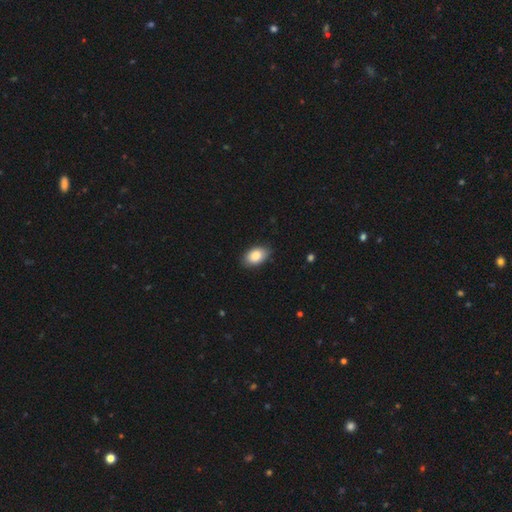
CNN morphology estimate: Q: Smooth or featured?
A: smooth (86%); runner-up: featured or disk (7%)
Q: How rounded?
A: in between (91%); runner-up: round (8%)
Q: Merging?
A: none (85%); runner-up: minor disturbance (12%)